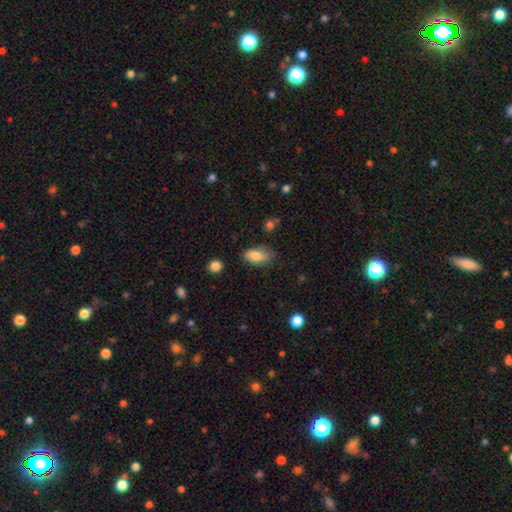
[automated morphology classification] This is clearly a smooth galaxy (82%). How rounded: clearly in between (90%). Merging: likely none (70%).